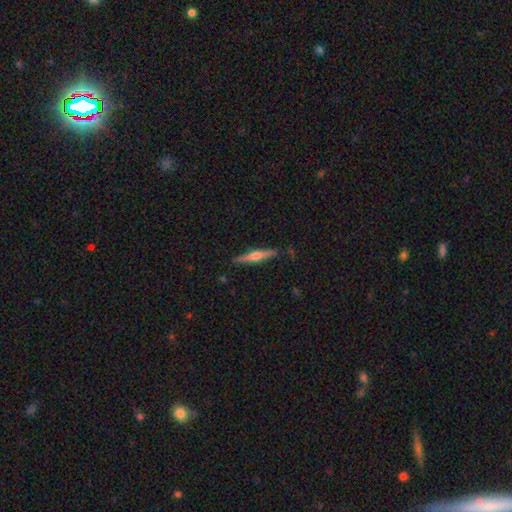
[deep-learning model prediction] This appears to be a featured or disk galaxy (61%) viewed edge-on (97%) with a rounded central bulge (89%). Merging: none (87%).